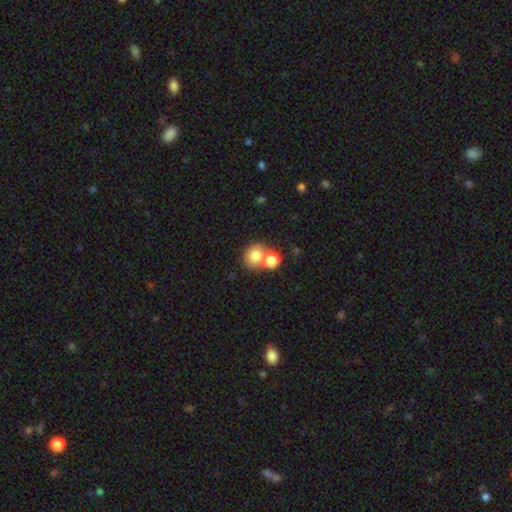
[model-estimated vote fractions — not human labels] Smooth or featured? smooth (78%)
How rounded? round (71%)
Merging? none (47%)